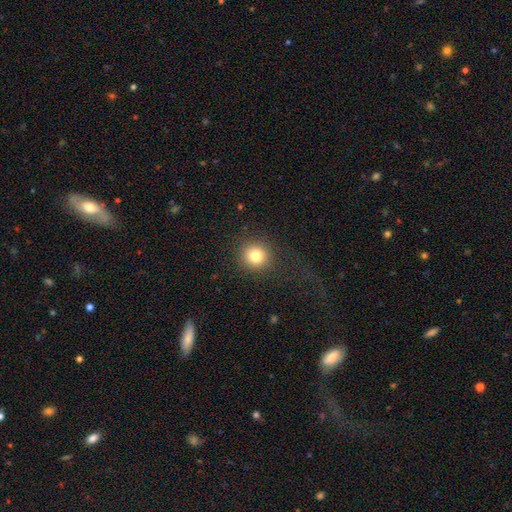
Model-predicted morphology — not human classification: Overall: smooth (79%). How rounded: round (92%). Merging: none (86%).